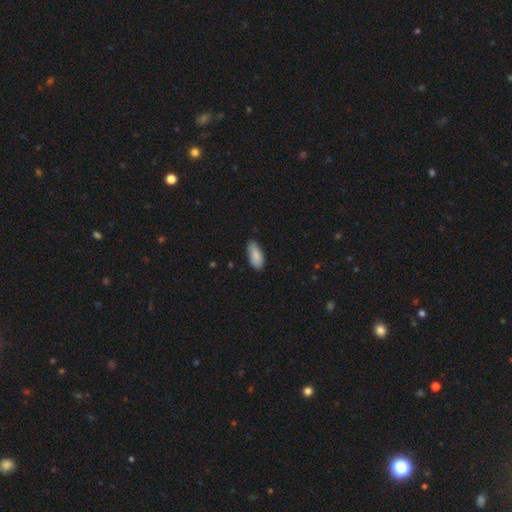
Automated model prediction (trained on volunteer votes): Smooth or featured? Predicted: smooth (p=0.87). How rounded? Predicted: in between (p=0.87). Merging? Predicted: none (p=0.76).